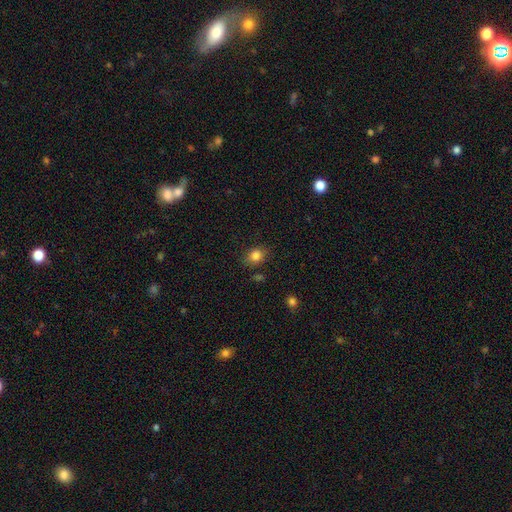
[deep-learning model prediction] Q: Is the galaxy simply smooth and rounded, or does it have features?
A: smooth — 83%.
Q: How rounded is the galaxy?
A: in between — 55%.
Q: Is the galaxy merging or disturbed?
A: none — 78%.